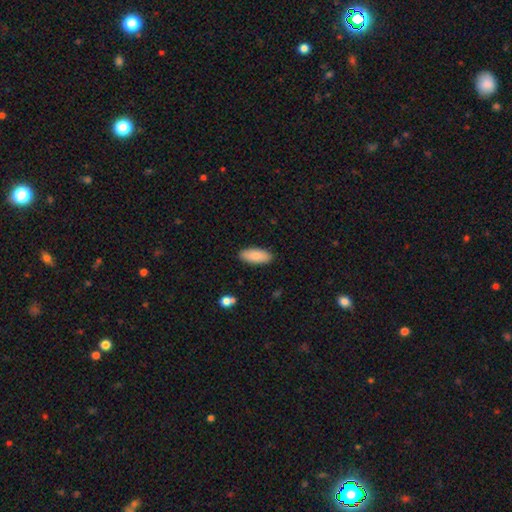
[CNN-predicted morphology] A smooth galaxy with no disk features (88%) that is in between round and cigar-shaped (81%).

Vote fractions:
- Smooth or featured? smooth: 88% / featured or disk: 6% / star or artifact: 6%
- How rounded? in between: 81% / cigar-shaped: 17% / round: 2%
- Merging? none: 89% / minor disturbance: 8% / major disturbance: 2% / merger: 1%